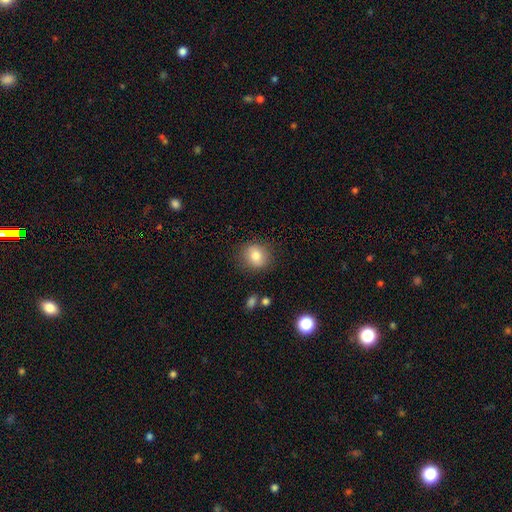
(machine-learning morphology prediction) Smooth or featured? smooth (82%)
How rounded? round (73%)
Merging? none (84%)